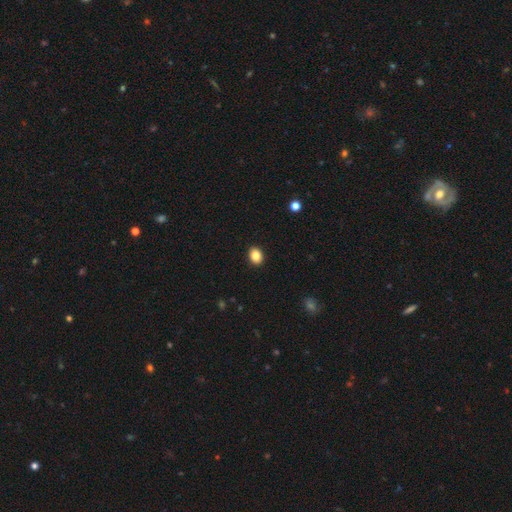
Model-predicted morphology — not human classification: The model was most divided on "how rounded": in between: 56%, round: 44%, cigar-shaped: 1%. More confident: merging — none (91%); smooth or featured — smooth (86%).